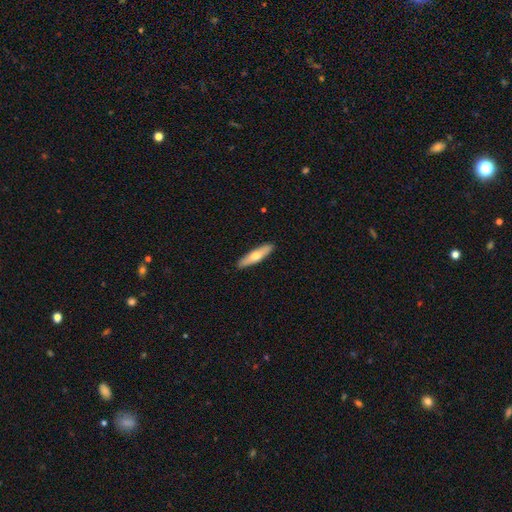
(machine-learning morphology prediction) smooth-or-featured: smooth: 57% | featured or disk: 38% | star or artifact: 5%
  how-rounded: cigar-shaped: 74% | in between: 24% | round: 2%
  merging: none: 90% | minor disturbance: 8% | major disturbance: 1% | merger: 1%